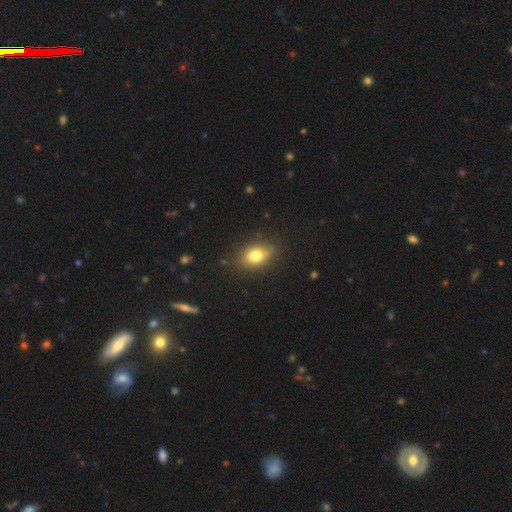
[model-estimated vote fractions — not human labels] Smooth or featured? Predicted: smooth (p=0.78). How rounded? Predicted: in between (p=0.77). Merging? Predicted: none (p=0.79).